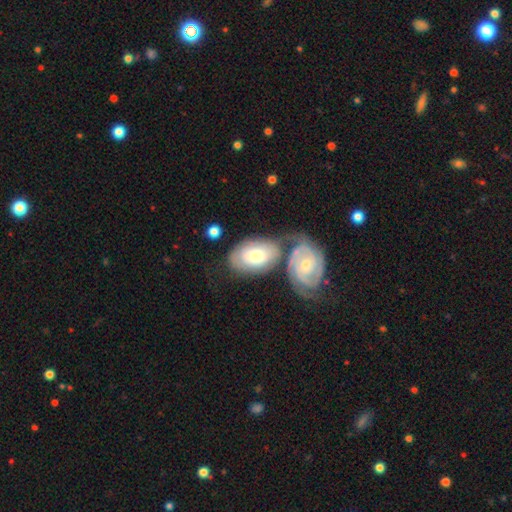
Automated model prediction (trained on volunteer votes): featured or disk 52%, smooth 43%, star or artifact 5%. Down the decision tree: edge-on disk — no (92%); merging — merger (40%).